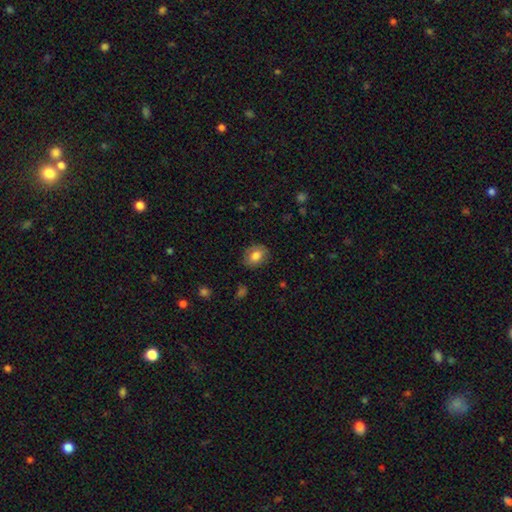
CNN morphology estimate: Smooth or featured?
  - smooth: 79% *
  - featured or disk: 13%
  - star or artifact: 8%
How rounded?
  - in between: 61% *
  - round: 38%
  - cigar-shaped: 1%
Merging?
  - none: 83% *
  - minor disturbance: 13%
  - major disturbance: 3%
  - merger: 1%